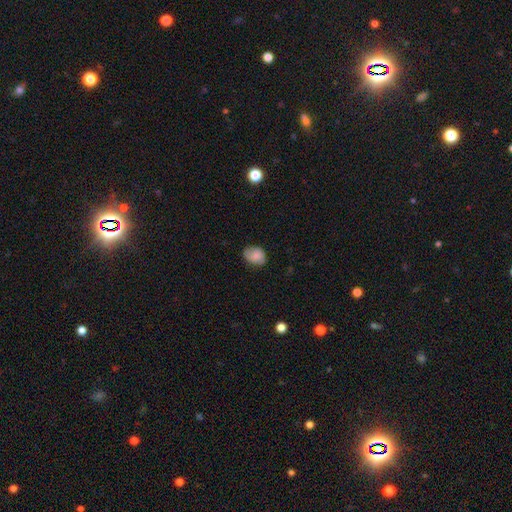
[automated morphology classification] Smooth or featured? smooth (76%)
How rounded? in between (65%)
Merging? none (72%)